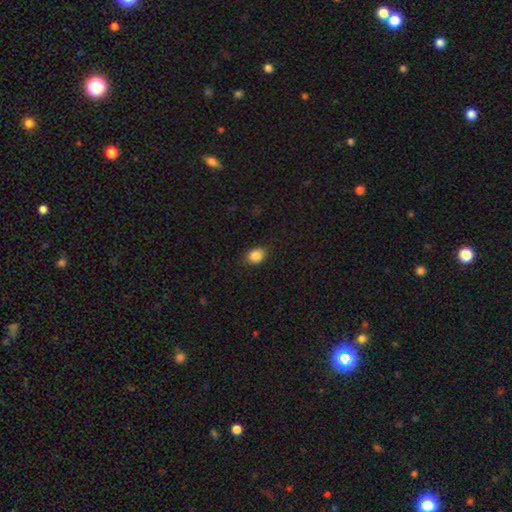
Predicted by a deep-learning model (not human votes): Overall: smooth (86%). How rounded: in between (57%; round 42%). Merging: none (86%).